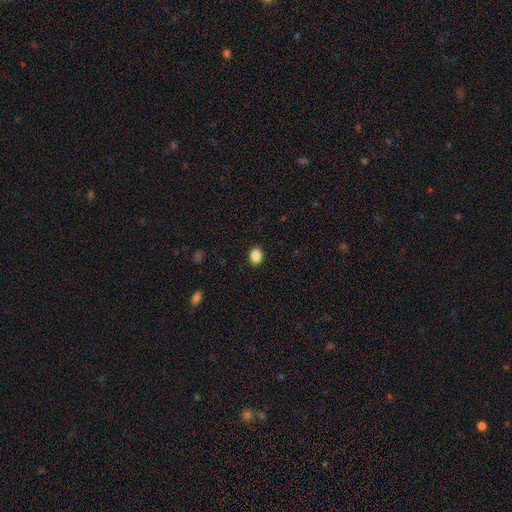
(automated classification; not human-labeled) Q: Smooth or featured?
A: smooth (87%); runner-up: star or artifact (9%)
Q: How rounded?
A: in between (66%); runner-up: round (33%)
Q: Merging?
A: none (90%); runner-up: minor disturbance (7%)